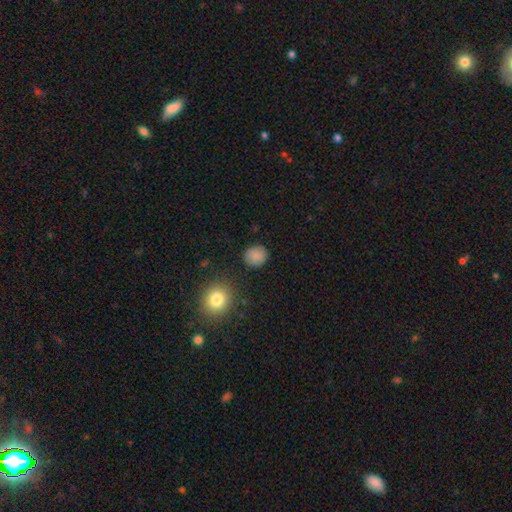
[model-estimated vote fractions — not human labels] A smooth galaxy with no disk features (85%) that is round (83%). Merging: none (87%).